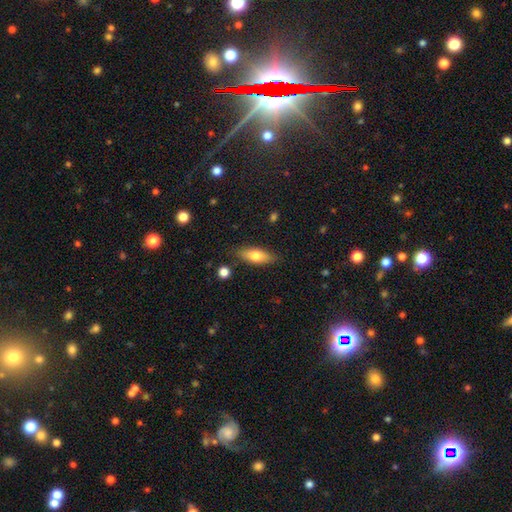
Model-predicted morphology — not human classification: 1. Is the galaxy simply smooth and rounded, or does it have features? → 70% smooth, 24% featured or disk, 7% star or artifact.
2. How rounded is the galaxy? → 69% in between, 27% cigar-shaped, 3% round.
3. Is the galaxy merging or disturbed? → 83% none, 12% minor disturbance, 3% major disturbance, 2% merger.